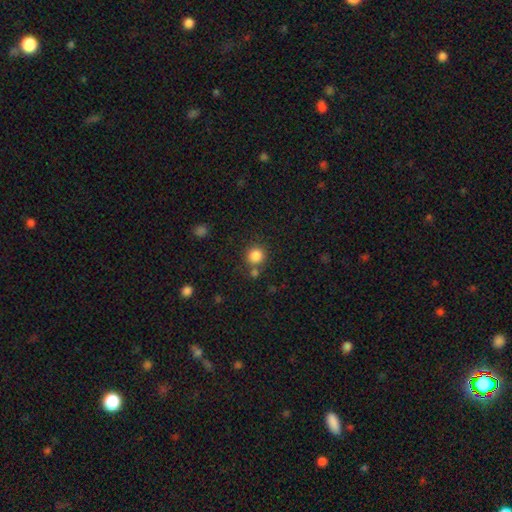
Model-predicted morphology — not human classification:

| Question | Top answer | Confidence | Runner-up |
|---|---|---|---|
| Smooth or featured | smooth | 85% | star or artifact (11%) |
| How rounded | round | 92% | in between (7%) |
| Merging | none | 76% | merger (12%) |